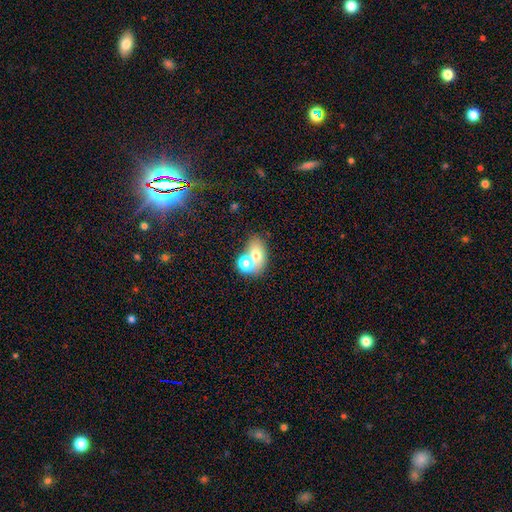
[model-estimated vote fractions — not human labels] This appears to be a smooth galaxy with no disk features (68%) that is in between round and cigar-shaped (73%). Merging: merger (53%).